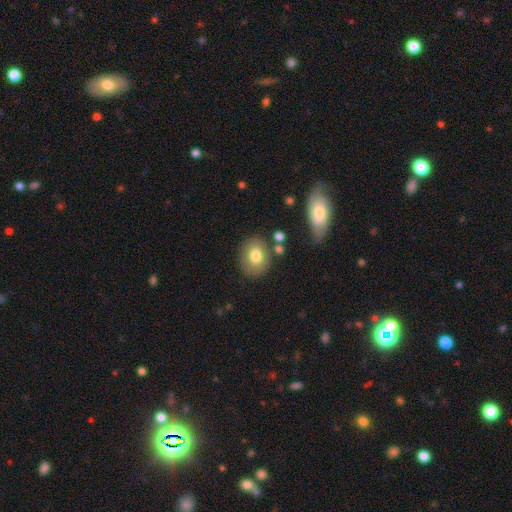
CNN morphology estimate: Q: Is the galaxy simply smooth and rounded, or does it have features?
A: smooth — 77%.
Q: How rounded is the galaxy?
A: round — 50%.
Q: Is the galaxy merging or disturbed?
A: none — 77%.